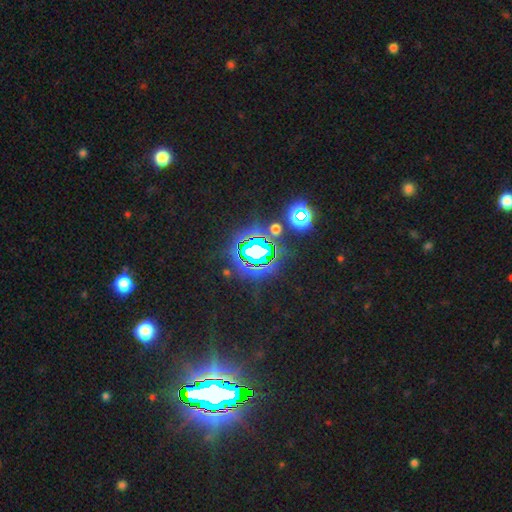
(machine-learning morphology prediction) star or artifact 74%, smooth 15%, featured or disk 11%.